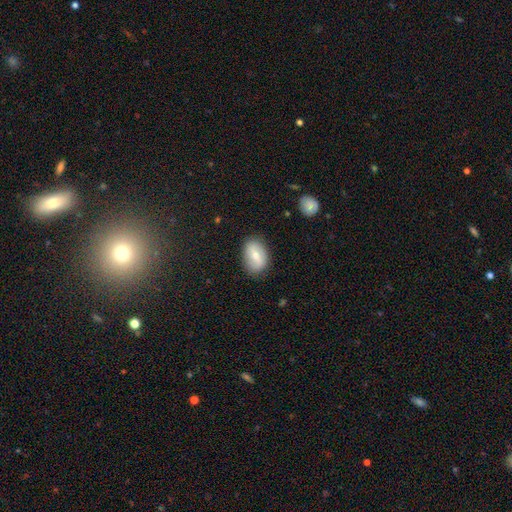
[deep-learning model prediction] This is likely a smooth galaxy (61%). How rounded: clearly in between (84%). Merging: clearly none (82%).